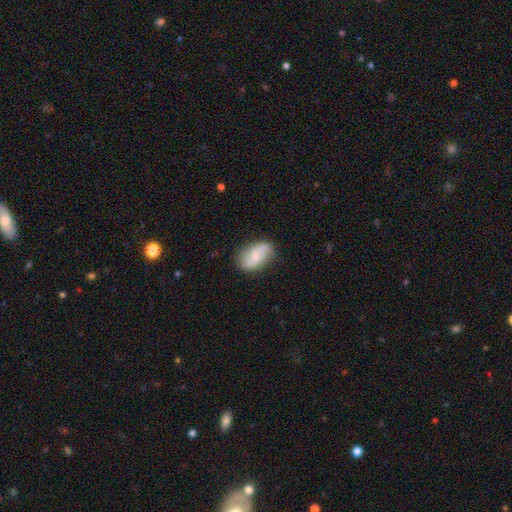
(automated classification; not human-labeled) Overall: featured or disk (50%; smooth 43%). Edge-on disk: no (96%). Merging: none (76%).